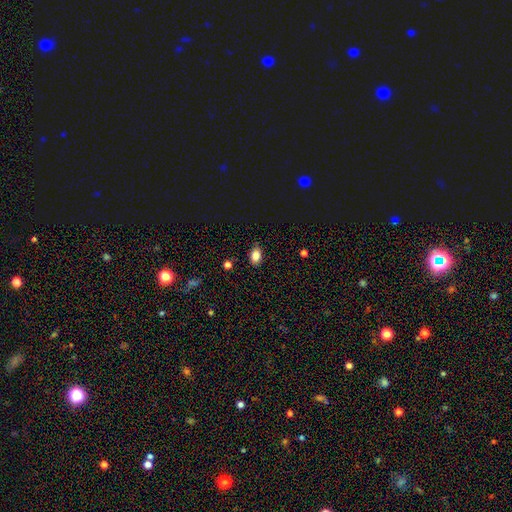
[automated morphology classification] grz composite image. It shows a smooth galaxy with no disk features (83%) that is in between round and cigar-shaped (84%). Merging: none (86%).